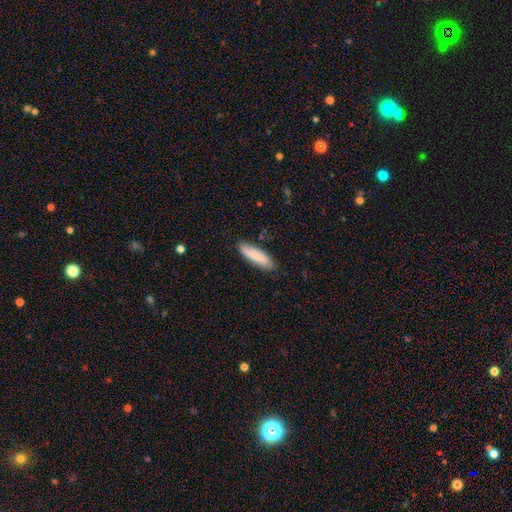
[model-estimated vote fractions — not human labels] This is likely a smooth galaxy (77%). How rounded: possibly cigar-shaped (52%). Merging: clearly none (83%).